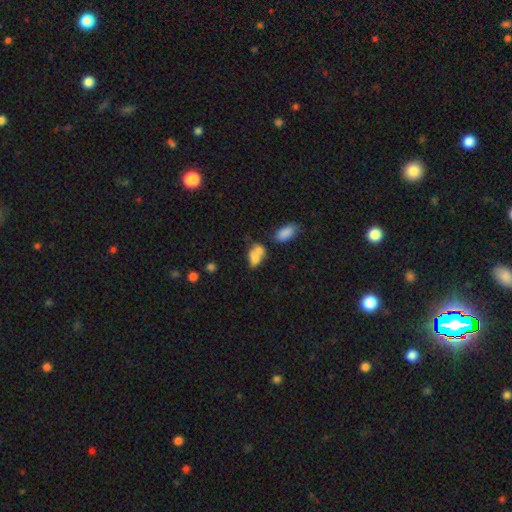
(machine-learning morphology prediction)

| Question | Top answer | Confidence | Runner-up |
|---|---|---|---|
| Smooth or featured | smooth | 66% | featured or disk (23%) |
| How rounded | in between | 79% | round (17%) |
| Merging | merger | 59% | none (22%) |